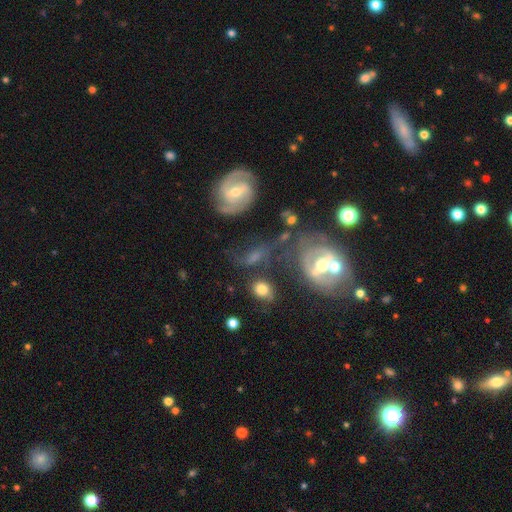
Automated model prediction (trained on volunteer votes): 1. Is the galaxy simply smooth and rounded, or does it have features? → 54% featured or disk, 32% smooth, 14% star or artifact.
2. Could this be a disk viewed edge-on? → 92% no, 8% yes.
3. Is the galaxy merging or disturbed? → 43% none, 20% major disturbance, 19% minor disturbance, 17% merger.